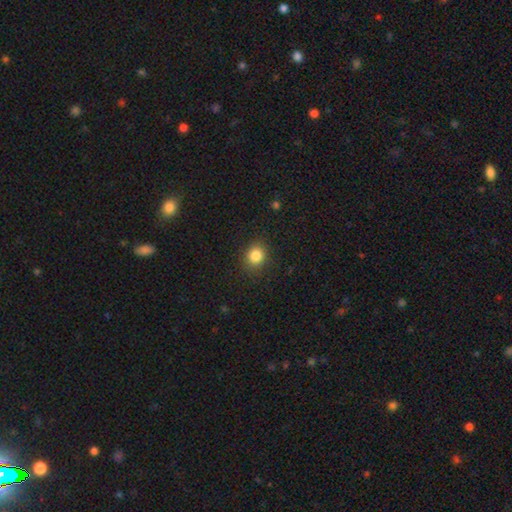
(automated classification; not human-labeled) Morphology: type=smooth (84%); roundness=round (70%); merging=none (88%).